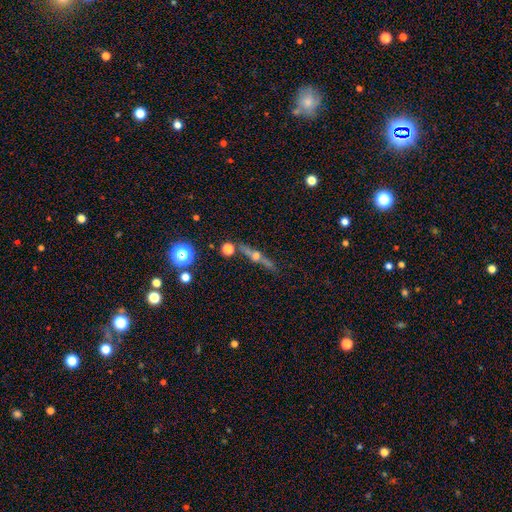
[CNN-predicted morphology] The model was most divided on "smooth or featured": featured or disk: 70%, smooth: 19%, star or artifact: 11%. More confident: edge-on disk — yes (94%); edge-on bulge — rounded (93%); merging — none (81%).